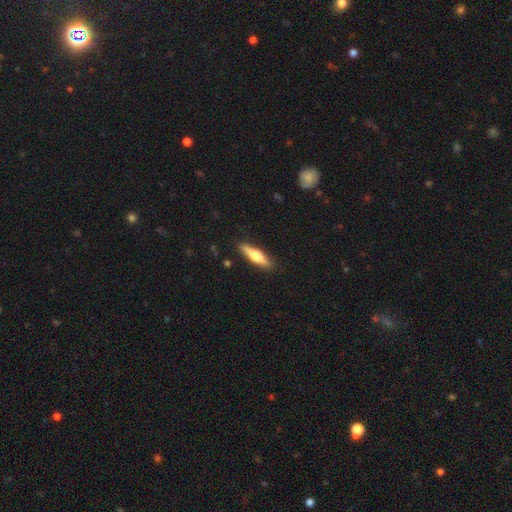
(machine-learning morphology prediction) Q: Smooth or featured?
A: smooth (50%); runner-up: featured or disk (44%)
Q: How rounded?
A: cigar-shaped (74%); runner-up: in between (24%)
Q: Merging?
A: none (88%); runner-up: minor disturbance (9%)